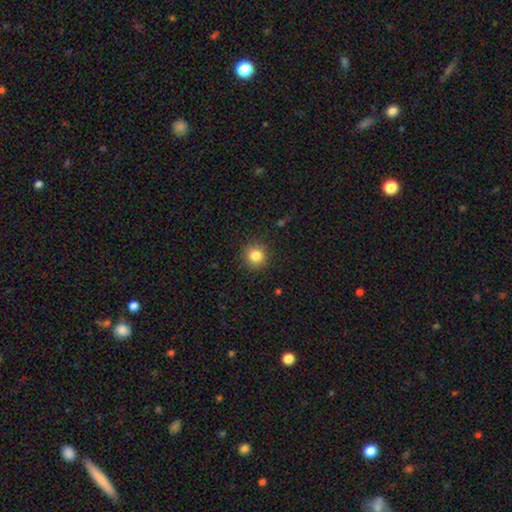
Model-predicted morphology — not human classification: A smooth galaxy with no disk features (83%) that is round (93%). Merging: none (90%).